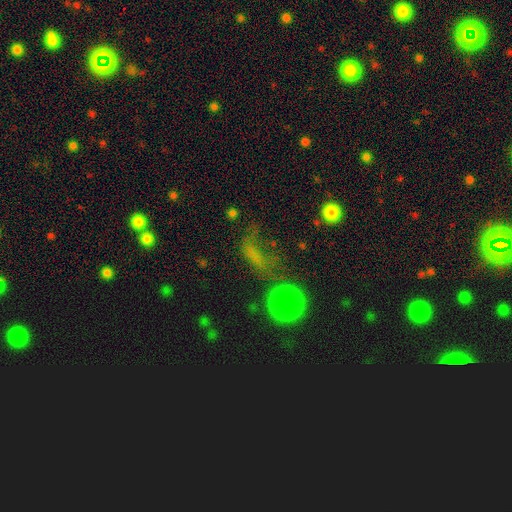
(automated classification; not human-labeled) Q: Smooth or featured?
A: smooth (56%); runner-up: star or artifact (26%)
Q: How rounded?
A: in between (49%); runner-up: round (33%)
Q: Merging?
A: major disturbance (39%); runner-up: none (37%)